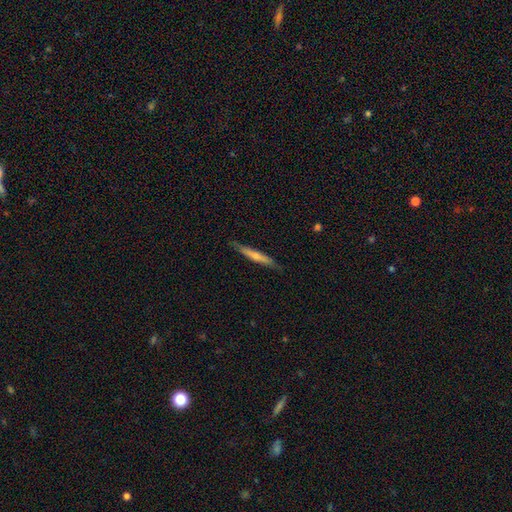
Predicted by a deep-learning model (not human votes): The model was most divided on "smooth or featured": featured or disk: 61%, smooth: 33%, star or artifact: 6%. More confident: edge-on disk — yes (95%); merging — none (88%); edge-on bulge — rounded (67%).